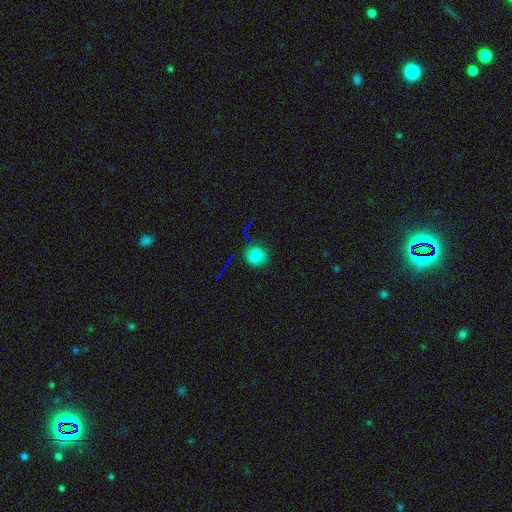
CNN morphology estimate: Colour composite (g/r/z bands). It shows a smooth galaxy with no disk features (73%) that is round (70%). Merging: none (78%).